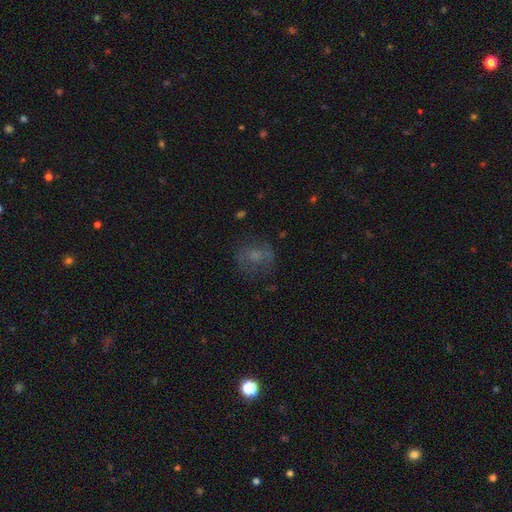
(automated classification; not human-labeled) Overall: smooth (50%; featured or disk 32%). How rounded: round (69%). Merging: none (63%).